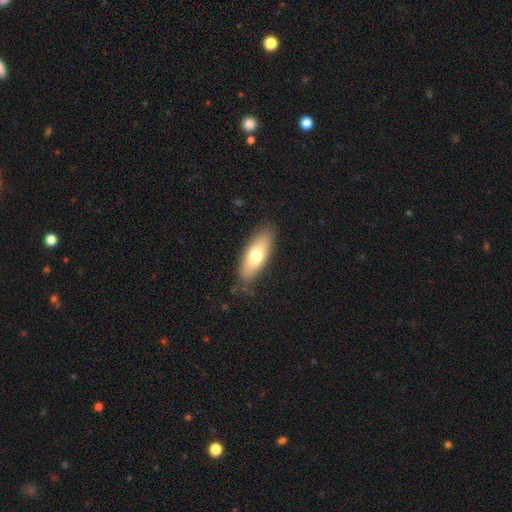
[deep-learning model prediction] This appears to be a smooth galaxy with no disk features (68%) that is in between round and cigar-shaped (73%). Merging: none (84%).